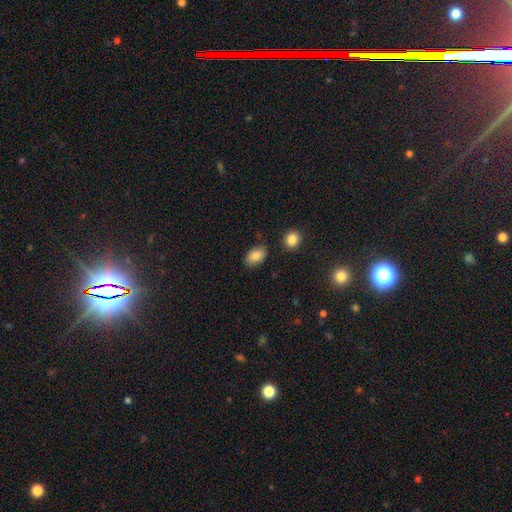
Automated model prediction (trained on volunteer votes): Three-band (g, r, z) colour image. It shows a smooth galaxy with no disk features (86%) that is in between round and cigar-shaped (90%). Merging: none (83%).